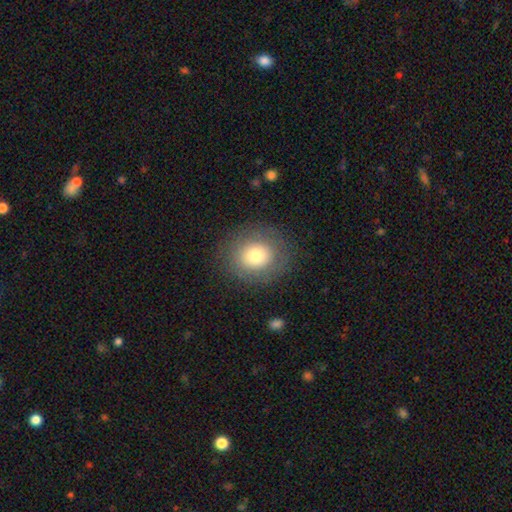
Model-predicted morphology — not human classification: type=smooth (74%); roundness=round (77%); merging=none (85%).